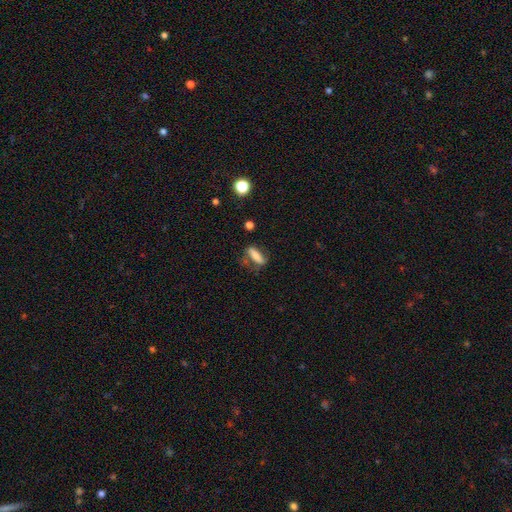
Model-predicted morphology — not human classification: smooth_or_featured: smooth (p=0.68) [alt: featured or disk p=0.22]
how_rounded: cigar-shaped (p=0.56) [alt: in between p=0.40]
merging: none (p=0.54) [alt: minor disturbance p=0.26]